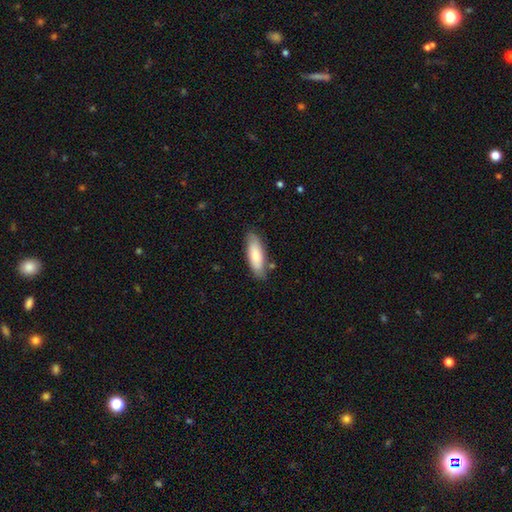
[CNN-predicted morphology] Smooth or featured?
  - smooth: 76% *
  - featured or disk: 19%
  - star or artifact: 6%
How rounded?
  - in between: 61% *
  - cigar-shaped: 37%
  - round: 2%
Merging?
  - none: 78% *
  - minor disturbance: 15%
  - merger: 4%
  - major disturbance: 3%